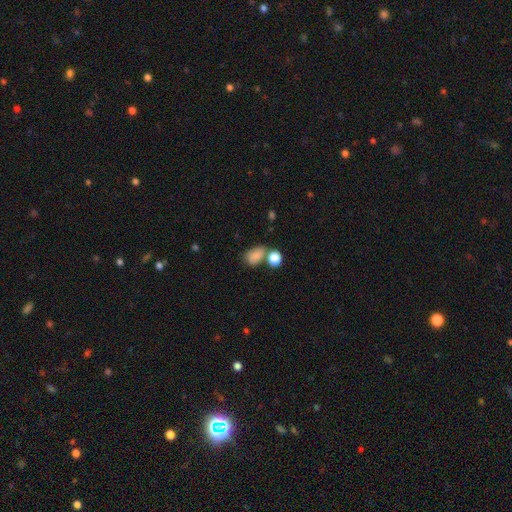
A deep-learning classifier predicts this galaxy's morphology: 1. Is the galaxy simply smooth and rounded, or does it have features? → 82% smooth, 10% star or artifact, 7% featured or disk.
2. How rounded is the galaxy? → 80% in between, 19% round, 2% cigar-shaped.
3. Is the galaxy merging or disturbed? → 46% none, 28% merger, 19% minor disturbance, 8% major disturbance.